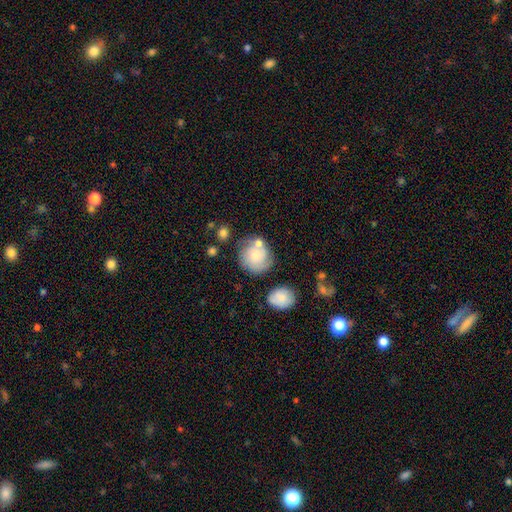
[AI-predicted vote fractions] Smooth or featured? Predicted: smooth (p=0.61). How rounded? Predicted: round (p=0.86). Merging? Predicted: none (p=0.61).